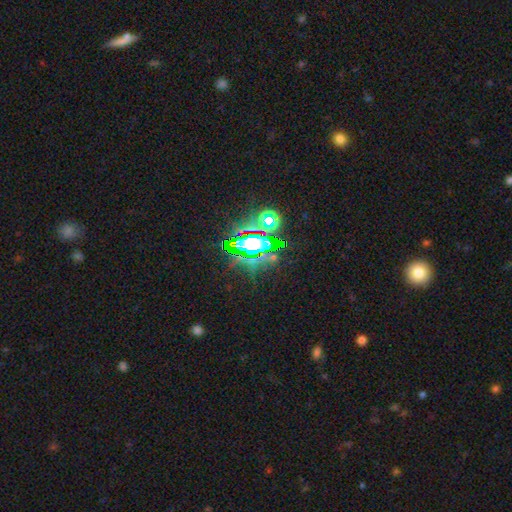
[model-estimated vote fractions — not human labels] Smooth or featured: star or artifact — 76% (smooth — 13%)